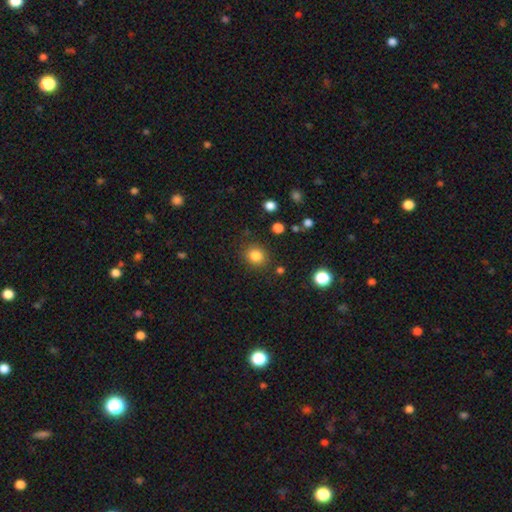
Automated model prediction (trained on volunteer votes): smooth-or-featured: smooth: 83% | star or artifact: 11% | featured or disk: 5%
  how-rounded: round: 81% | in between: 18% | cigar-shaped: 1%
  merging: none: 85% | minor disturbance: 9% | major disturbance: 3% | merger: 3%